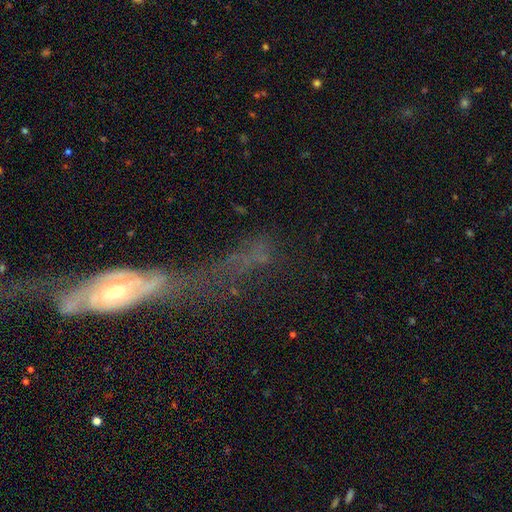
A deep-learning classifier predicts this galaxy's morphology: featured or disk 53%, smooth 24%, star or artifact 23%. Down the decision tree: edge-on disk — no (77%); merging — major disturbance (39%).